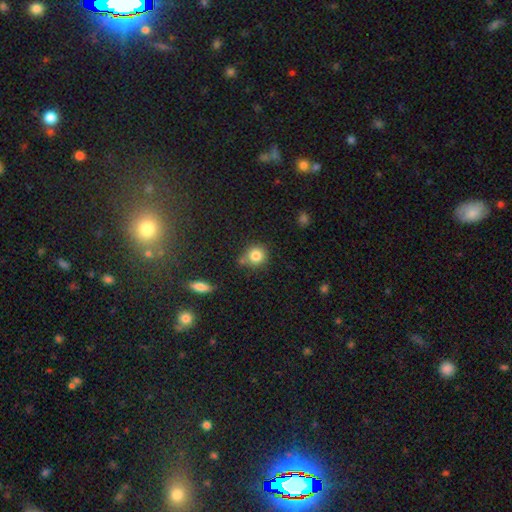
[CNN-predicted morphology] Smooth or featured?
  - smooth: 82% *
  - star or artifact: 11%
  - featured or disk: 7%
How rounded?
  - round: 85% *
  - in between: 14%
  - cigar-shaped: 1%
Merging?
  - none: 63% *
  - minor disturbance: 20%
  - merger: 12%
  - major disturbance: 5%